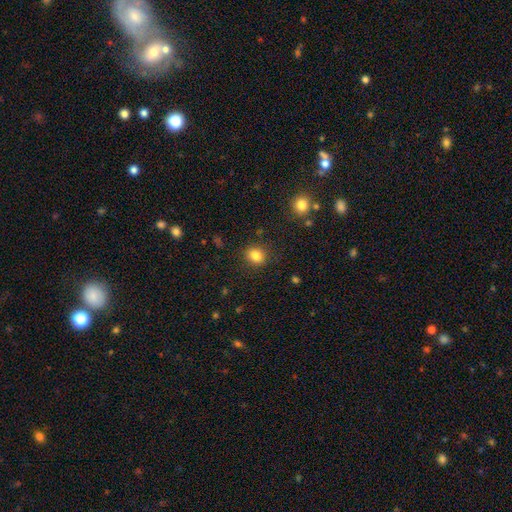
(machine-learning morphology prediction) This is clearly a smooth galaxy (83%). How rounded: likely round (72%). Merging: clearly none (88%).